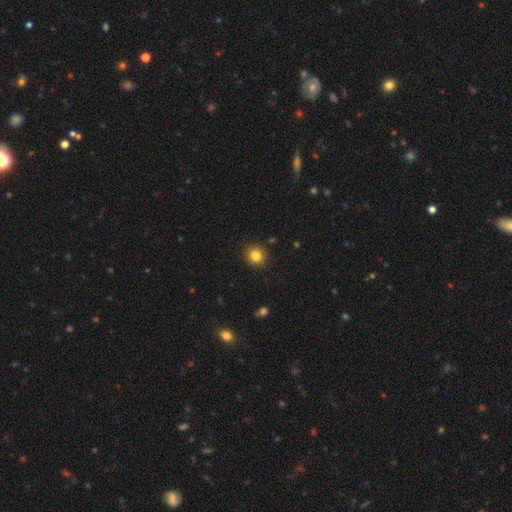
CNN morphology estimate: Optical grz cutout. It shows a smooth galaxy with no disk features (83%) that is round (87%). Merging: none (91%).